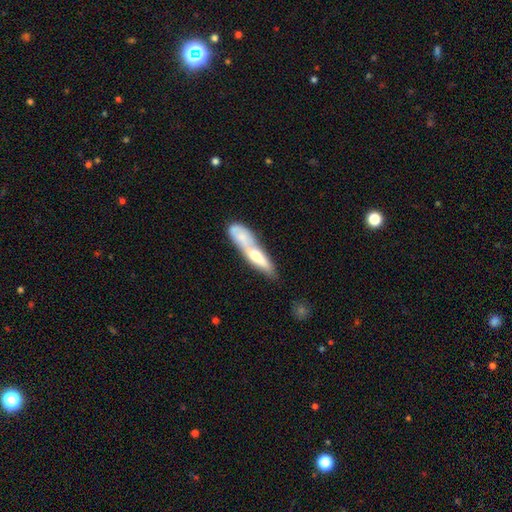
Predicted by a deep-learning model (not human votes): A smooth galaxy with no disk features (55%) that is cigar-shaped (74%).

Vote fractions:
- Smooth or featured? smooth: 55% / featured or disk: 39% / star or artifact: 6%
- How rounded? cigar-shaped: 74% / in between: 24% / round: 2%
- Merging? merger: 51% / none: 26% / minor disturbance: 14% / major disturbance: 9%